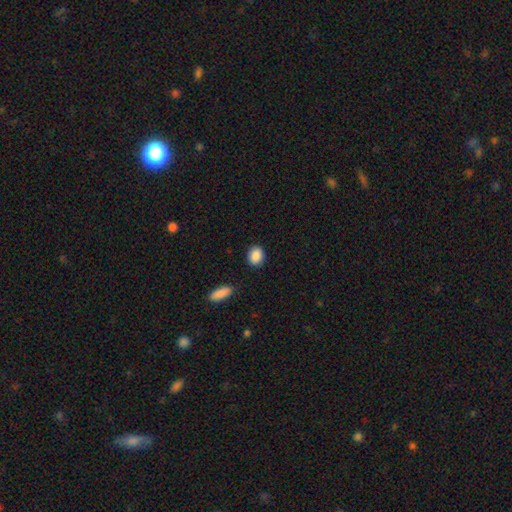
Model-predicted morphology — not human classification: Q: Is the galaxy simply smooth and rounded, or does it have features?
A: smooth — 89%.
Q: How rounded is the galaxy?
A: round — 52%.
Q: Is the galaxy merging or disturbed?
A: none — 88%.